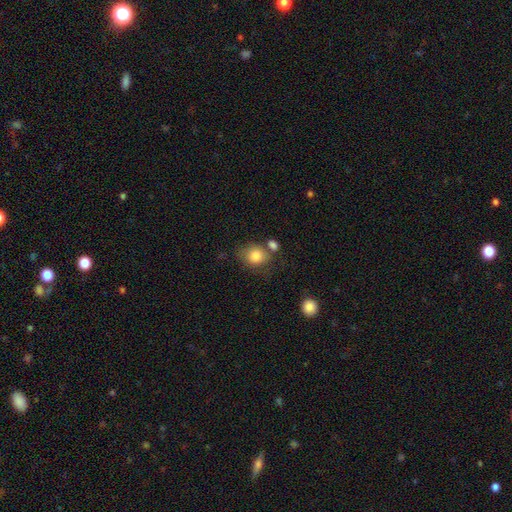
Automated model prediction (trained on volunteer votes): The model was most divided on "how rounded": round: 63%, in between: 36%, cigar-shaped: 1%. More confident: smooth or featured — smooth (84%); merging — none (57%).